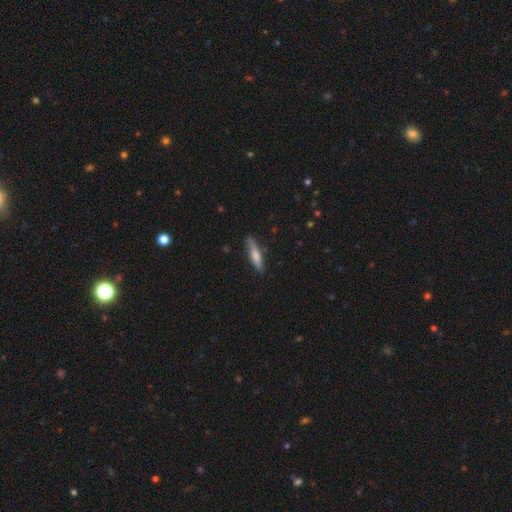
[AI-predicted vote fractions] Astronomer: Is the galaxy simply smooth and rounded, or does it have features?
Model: smooth — 60%.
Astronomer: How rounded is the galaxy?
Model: cigar-shaped — 80%.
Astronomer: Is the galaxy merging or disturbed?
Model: none — 82%.